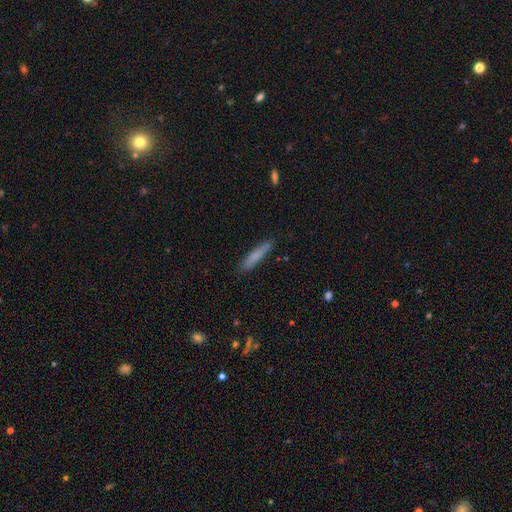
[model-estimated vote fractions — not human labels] Smooth or featured? Predicted: smooth (p=0.72). How rounded? Predicted: cigar-shaped (p=0.91). Merging? Predicted: none (p=0.85).